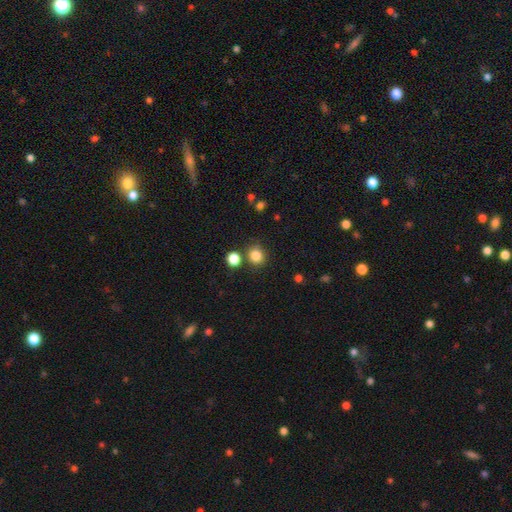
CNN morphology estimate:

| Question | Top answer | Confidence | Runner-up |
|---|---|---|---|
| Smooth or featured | smooth | 83% | star or artifact (12%) |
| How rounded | round | 83% | in between (16%) |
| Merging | none | 77% | merger (10%) |